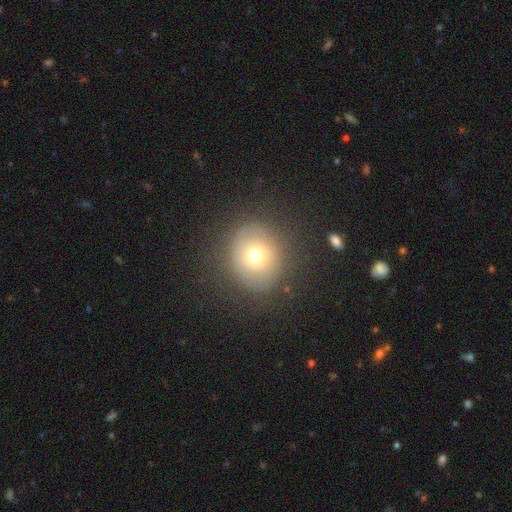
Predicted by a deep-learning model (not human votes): smooth_or_featured: smooth (p=0.65) [alt: featured or disk p=0.21]
how_rounded: round (p=0.80) [alt: in between p=0.19]
merging: none (p=0.80) [alt: minor disturbance p=0.12]